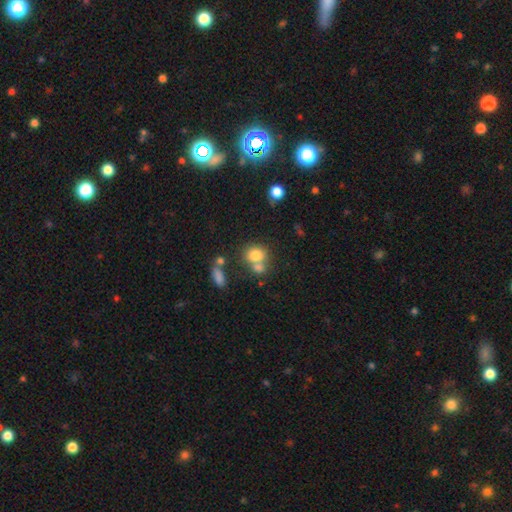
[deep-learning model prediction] Morphology: type=smooth (78%); roundness=round (62%); merging=none (43%).